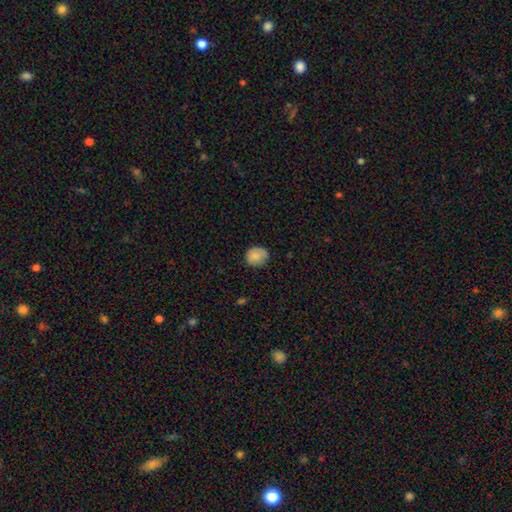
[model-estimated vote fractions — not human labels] Smooth or featured: smooth — 85% (star or artifact — 8%)
How rounded: round — 77% (in between — 22%)
Merging: none — 81% (minor disturbance — 15%)